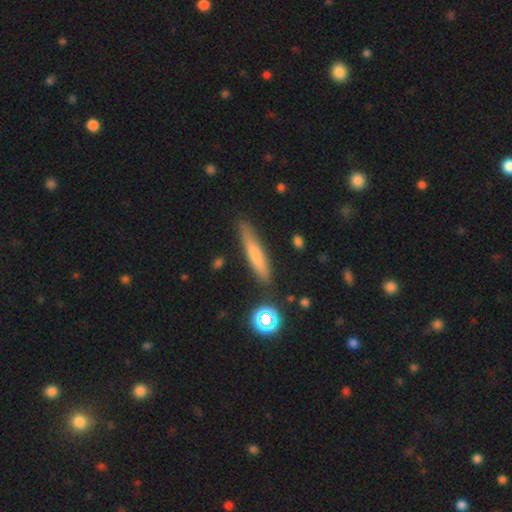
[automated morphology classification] This appears to be a smooth galaxy with no disk features (66%) that is cigar-shaped (89%). Merging: none (81%).